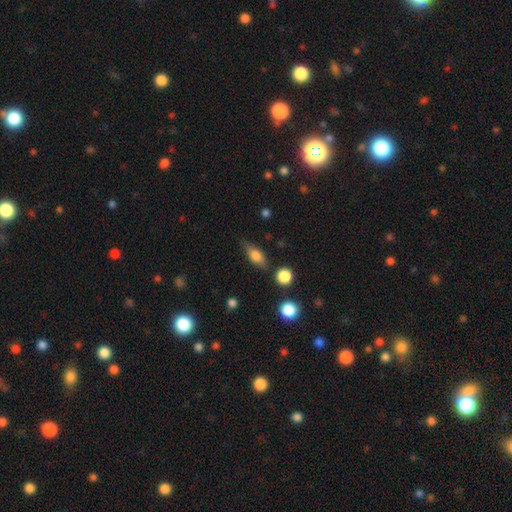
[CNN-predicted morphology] A smooth galaxy with no disk features (76%) that is in between round and cigar-shaped (78%). Merging: none (73%).